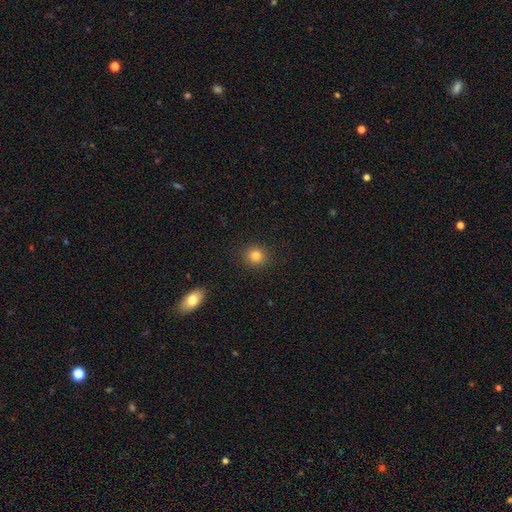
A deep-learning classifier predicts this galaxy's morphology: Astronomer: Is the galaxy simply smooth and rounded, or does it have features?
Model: smooth — 81%.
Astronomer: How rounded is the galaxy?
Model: round — 88%.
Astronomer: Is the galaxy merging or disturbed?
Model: none — 91%.